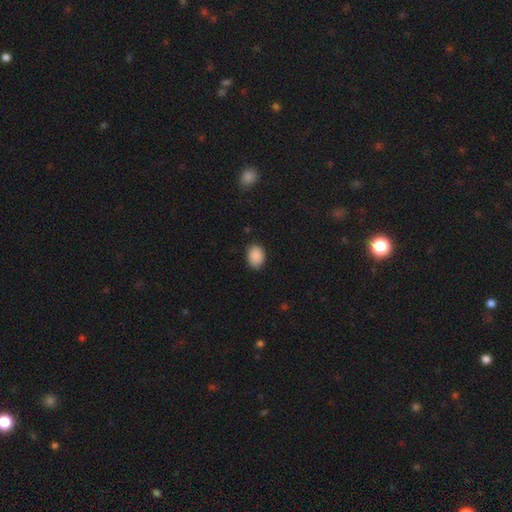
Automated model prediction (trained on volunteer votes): Smooth or featured?
  - smooth: 89% *
  - star or artifact: 7%
  - featured or disk: 3%
How rounded?
  - in between: 71% *
  - round: 28%
  - cigar-shaped: 1%
Merging?
  - none: 80% *
  - minor disturbance: 16%
  - major disturbance: 3%
  - merger: 1%